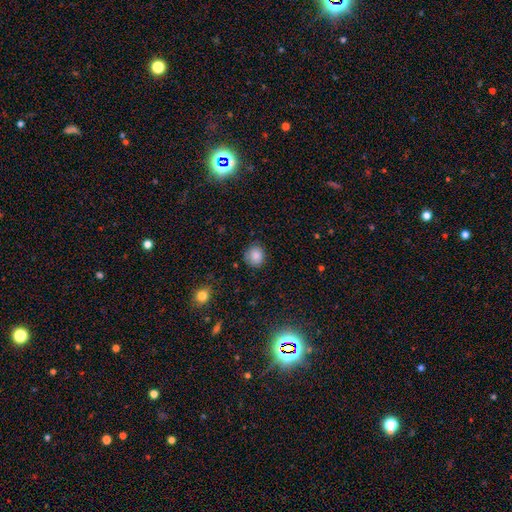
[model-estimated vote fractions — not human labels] This appears to be a smooth galaxy with no disk features (85%) that is round (84%). Merging: none (84%).